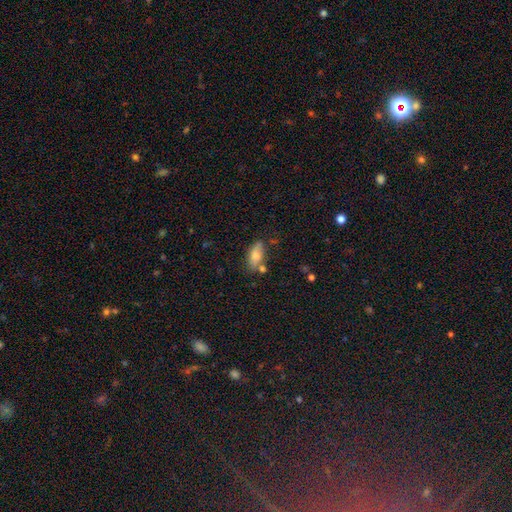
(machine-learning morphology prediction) Overall: smooth (77%). How rounded: in between (83%). Merging: none (61%).